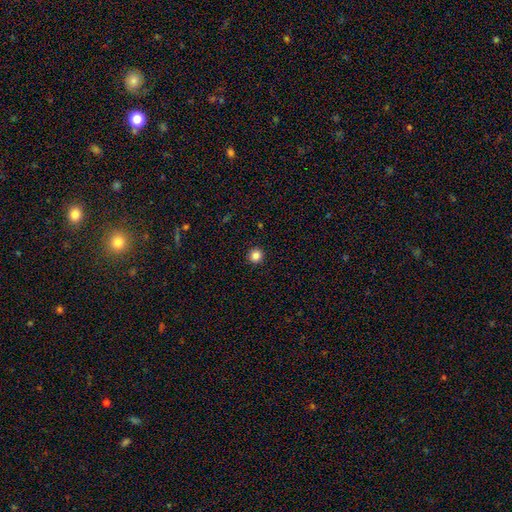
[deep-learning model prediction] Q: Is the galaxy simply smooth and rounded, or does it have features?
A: smooth — 85%.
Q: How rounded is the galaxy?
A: round — 94%.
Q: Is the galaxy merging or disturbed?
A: none — 93%.